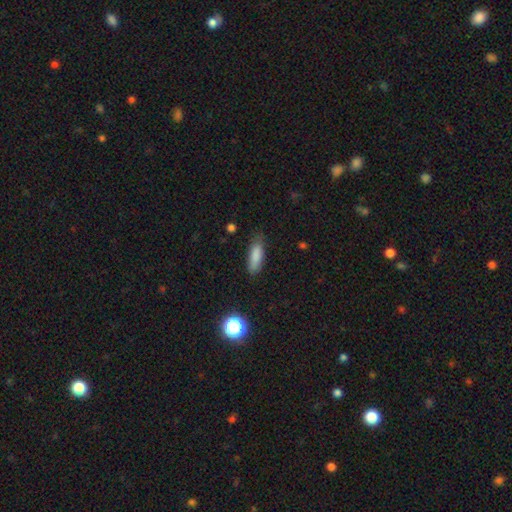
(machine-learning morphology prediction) This appears to be a smooth galaxy with no disk features (84%) that is in between round and cigar-shaped (57%). Merging: none (73%).